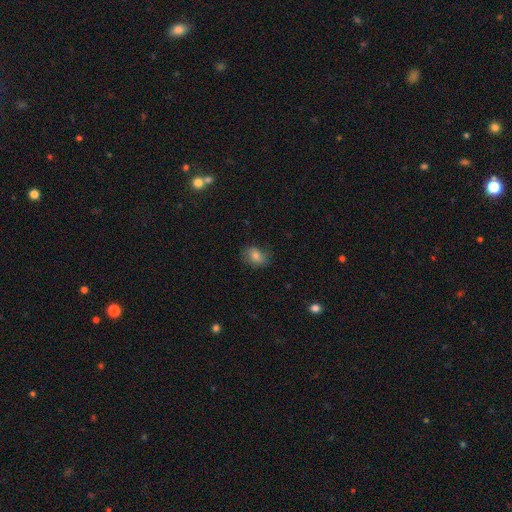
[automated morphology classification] Smooth or featured: smooth — 73% (featured or disk — 17%)
How rounded: in between — 64% (round — 34%)
Merging: none — 73% (minor disturbance — 20%)